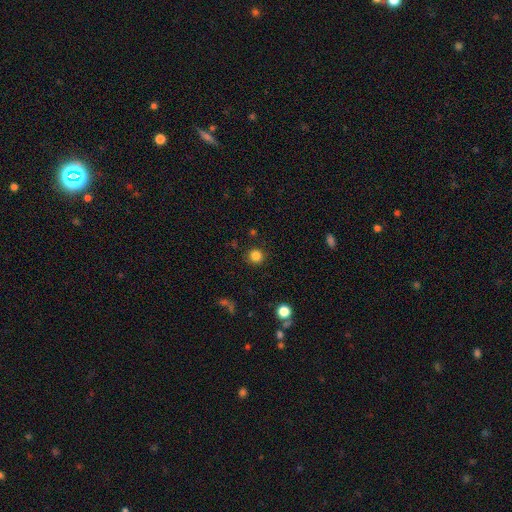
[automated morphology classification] type=smooth (84%); roundness=round (94%); merging=none (89%).